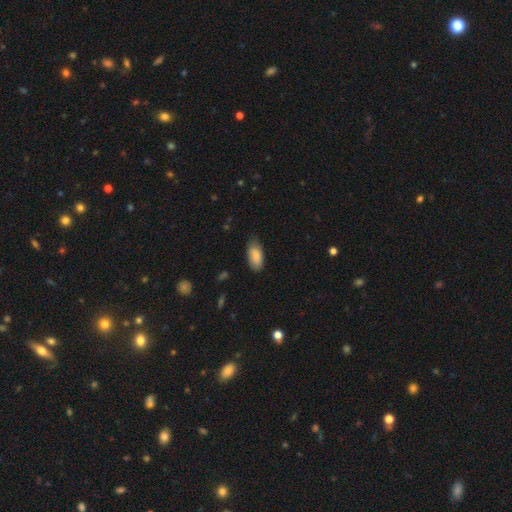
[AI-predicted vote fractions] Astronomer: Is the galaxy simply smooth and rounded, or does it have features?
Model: smooth — 86%.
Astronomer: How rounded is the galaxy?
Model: in between — 90%.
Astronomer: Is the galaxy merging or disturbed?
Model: none — 73%.